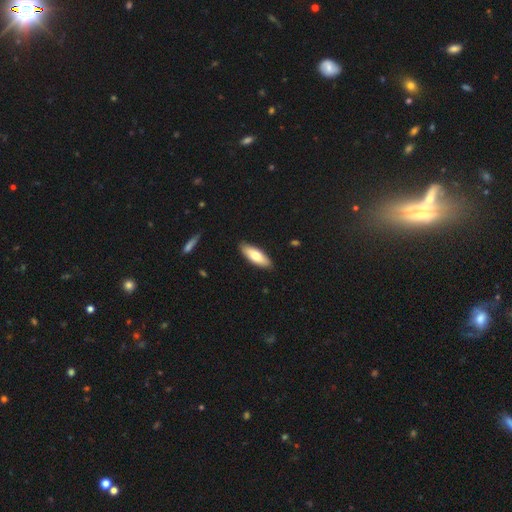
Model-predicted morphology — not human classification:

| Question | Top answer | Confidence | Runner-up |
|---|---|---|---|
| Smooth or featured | smooth | 70% | featured or disk (24%) |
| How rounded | in between | 67% | cigar-shaped (32%) |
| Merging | none | 88% | minor disturbance (9%) |